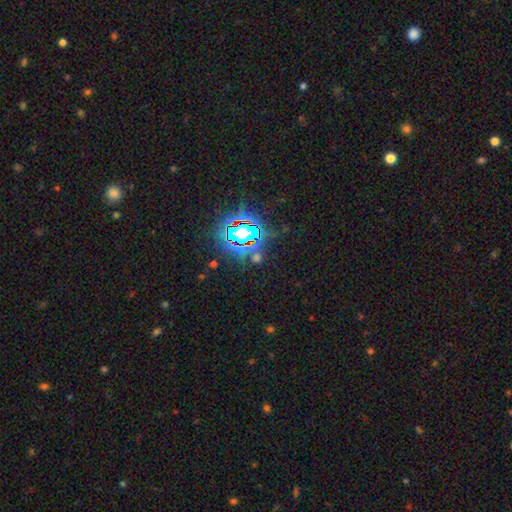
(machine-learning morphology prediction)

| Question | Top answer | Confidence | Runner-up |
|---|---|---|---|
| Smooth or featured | star or artifact | 78% | smooth (14%) |